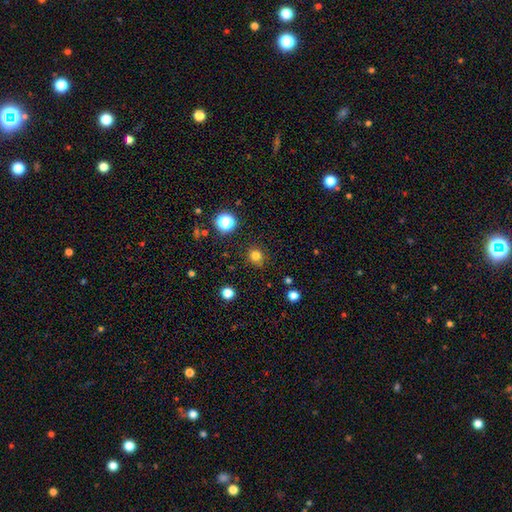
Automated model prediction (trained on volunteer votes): smooth 79%, star or artifact 16%, featured or disk 5%. Down the decision tree: how rounded — round (88%); merging — none (86%).